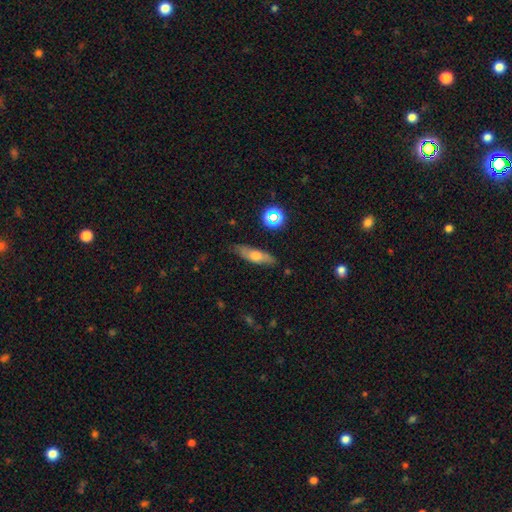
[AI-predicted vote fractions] Smooth or featured?
  - smooth: 58% *
  - featured or disk: 33%
  - star or artifact: 9%
How rounded?
  - cigar-shaped: 50% *
  - in between: 45%
  - round: 5%
Merging?
  - none: 80% *
  - minor disturbance: 15%
  - major disturbance: 3%
  - merger: 2%